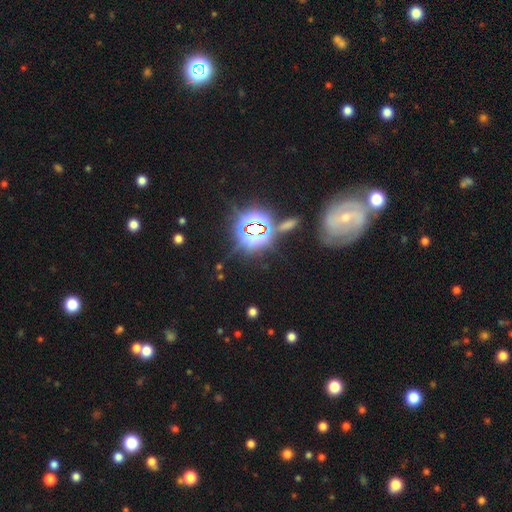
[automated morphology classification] Smooth or featured: star or artifact — 59% (smooth — 24%)